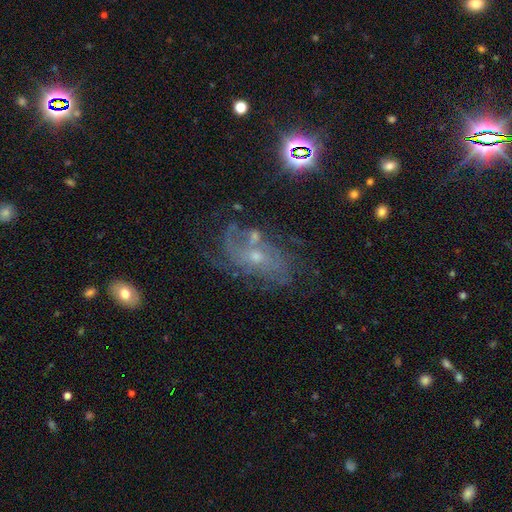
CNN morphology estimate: smooth-or-featured: featured or disk: 75% | star or artifact: 14% | smooth: 12%
  disk-edge-on: no: 95% | yes: 5%
    bar: no: 68% | weak: 27% | strong: 5%
    has-spiral-arms: yes: 87% | no: 13%
      spiral-winding: tight: 43% | medium: 39% | loose: 18%
      spiral-arm-count: can't tell: 43% | 2: 22% | 3: 15% | 4: 8% | 1: 6% | more than 4: 5%
    bulge-size: small: 65% | moderate: 30% | none: 3% | large: 2% | dominant: 1%
  merging: none: 57% | minor disturbance: 21% | major disturbance: 16% | merger: 6%